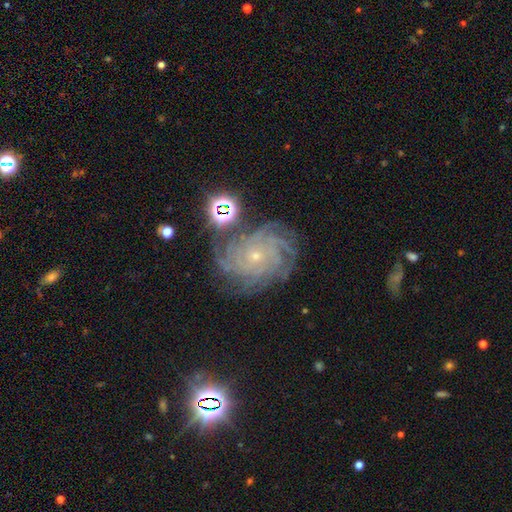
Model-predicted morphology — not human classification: Smooth or featured: featured or disk — 84% (star or artifact — 10%)
Edge-on disk: no — 97% (yes — 3%)
Bar: no — 78% (weak — 17%)
Spiral arms: yes — 98% (no — 2%)
Spiral winding: tight — 77% (medium — 19%)
Spiral arm count: more than 4 — 34% (4 — 23%)
Bulge size: small — 81% (moderate — 16%)
Merging: none — 77% (minor disturbance — 14%)